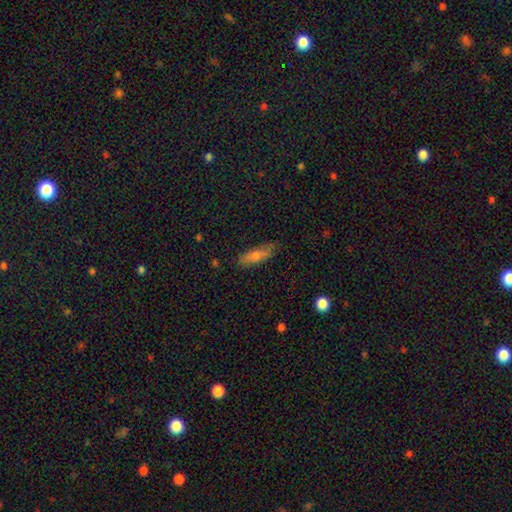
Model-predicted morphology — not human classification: This appears to be a smooth galaxy with no disk features (65%) that is in between round and cigar-shaped (49%, tied with cigar-shaped). Merging: none (80%).